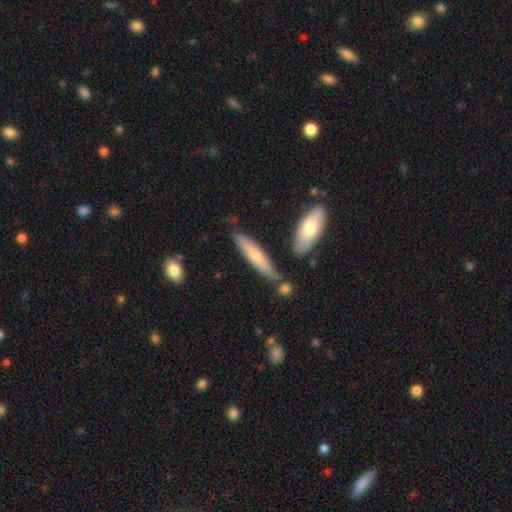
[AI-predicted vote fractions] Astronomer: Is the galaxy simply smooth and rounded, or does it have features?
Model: smooth — 65%.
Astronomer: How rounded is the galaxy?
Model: cigar-shaped — 81%.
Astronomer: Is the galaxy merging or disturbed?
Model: none — 75%.